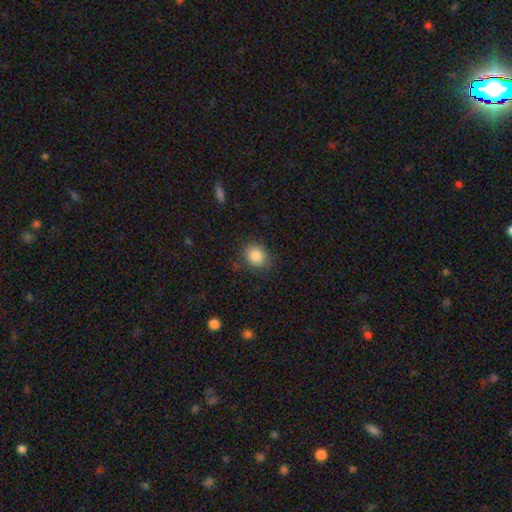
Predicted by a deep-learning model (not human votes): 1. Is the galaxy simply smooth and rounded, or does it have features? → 86% smooth, 9% star or artifact, 5% featured or disk.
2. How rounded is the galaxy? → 60% round, 39% in between, 1% cigar-shaped.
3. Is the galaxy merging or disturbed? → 81% none, 14% minor disturbance, 4% major disturbance, 1% merger.